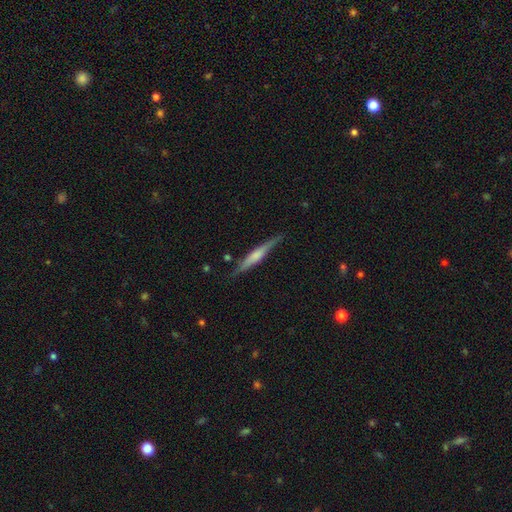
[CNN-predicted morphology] Smooth or featured?
  - featured or disk: 60% *
  - smooth: 35%
  - star or artifact: 6%
Edge-on disk?
  - yes: 97% *
  - no: 3%
Edge-on bulge?
  - rounded: 52% *
  - boxy: 28%
  - none: 20%
Merging?
  - none: 85% *
  - minor disturbance: 11%
  - major disturbance: 2%
  - merger: 2%